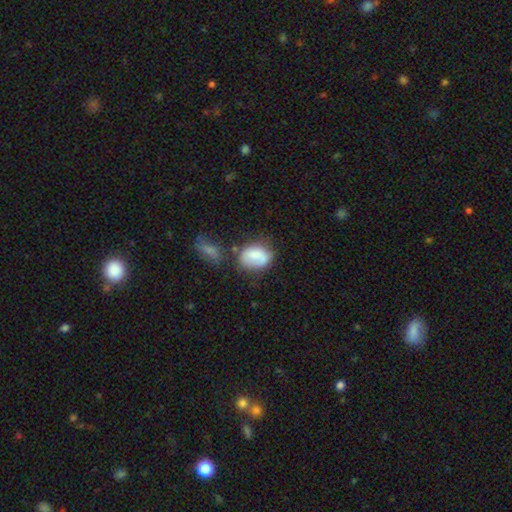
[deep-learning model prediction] This appears to be a smooth galaxy with no disk features (73%) that is in between round and cigar-shaped (69%). Merging: none (49%).